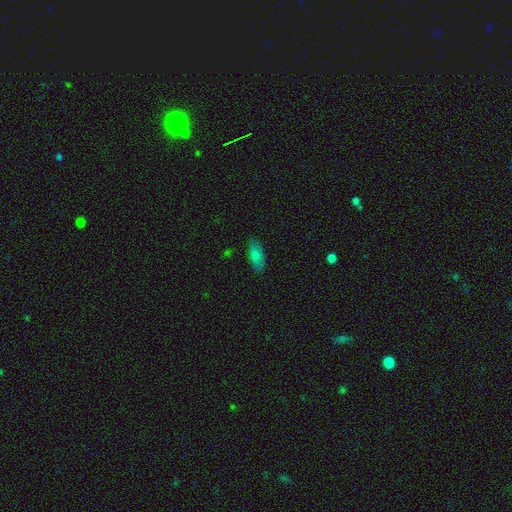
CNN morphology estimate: smooth_or_featured: smooth (p=0.79) [alt: featured or disk p=0.13]
how_rounded: in between (p=0.81) [alt: cigar-shaped p=0.17]
merging: none (p=0.82) [alt: minor disturbance p=0.14]